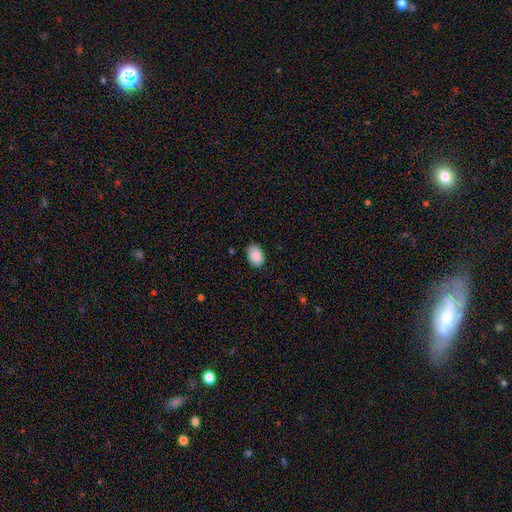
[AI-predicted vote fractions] This is clearly a smooth galaxy (90%). How rounded: clearly in between (84%). Merging: clearly none (86%).